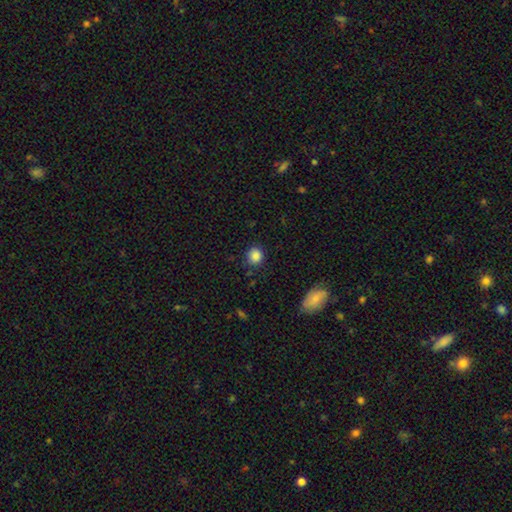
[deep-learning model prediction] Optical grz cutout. It shows a smooth galaxy with no disk features (86%) that is round (81%). Merging: none (82%).